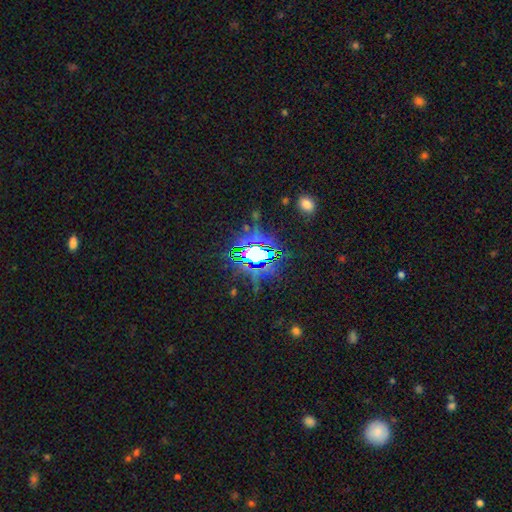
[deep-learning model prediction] The model was most divided on "smooth or featured": star or artifact: 80%, smooth: 11%, featured or disk: 9%.